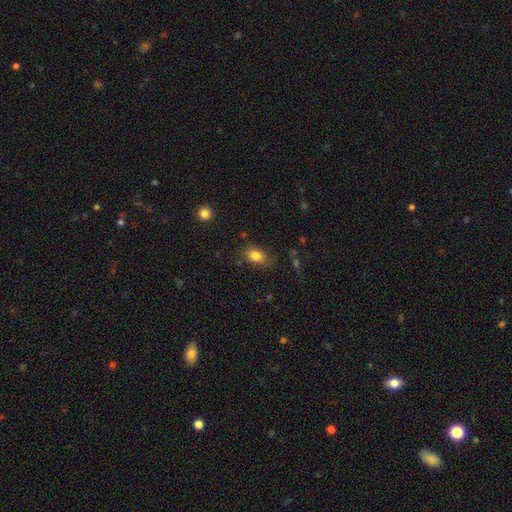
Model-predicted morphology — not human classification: type=smooth (84%); roundness=in between (83%); merging=none (75%).